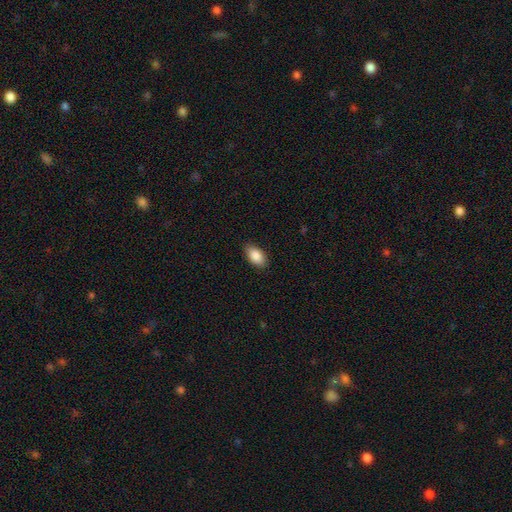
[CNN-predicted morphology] Smooth or featured? smooth (88%)
How rounded? in between (94%)
Merging? none (87%)